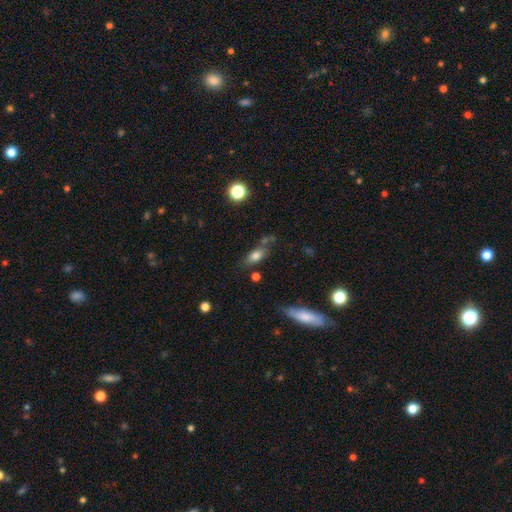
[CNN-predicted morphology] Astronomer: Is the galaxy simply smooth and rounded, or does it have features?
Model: smooth — 76%.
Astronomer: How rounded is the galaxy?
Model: in between — 80%.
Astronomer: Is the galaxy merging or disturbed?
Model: none — 62%.